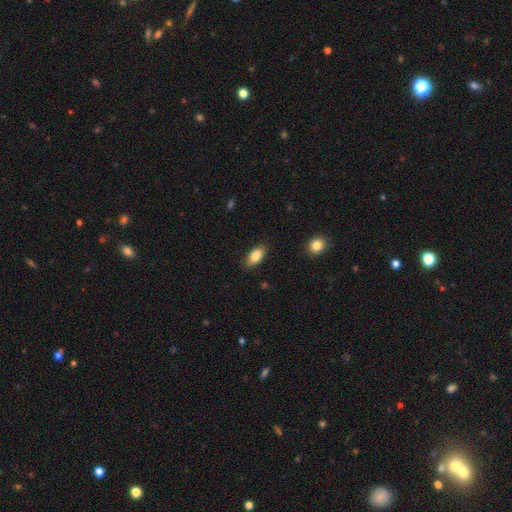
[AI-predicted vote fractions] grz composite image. It shows a smooth galaxy with no disk features (82%) that is in between round and cigar-shaped (89%). Merging: none (86%).